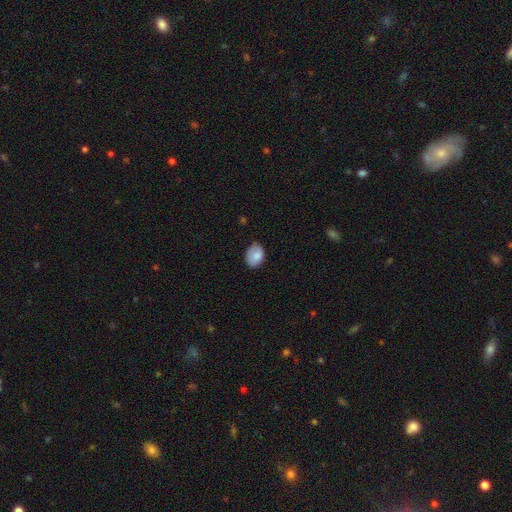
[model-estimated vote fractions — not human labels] The model was most divided on "how rounded": in between: 75%, round: 24%, cigar-shaped: 1%. More confident: smooth or featured — smooth (84%); merging — none (73%).